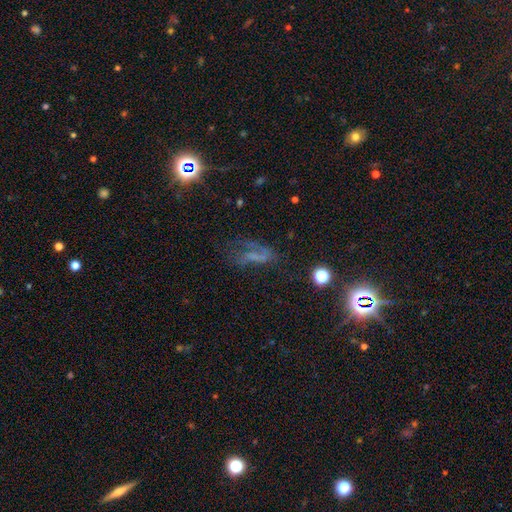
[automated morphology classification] A featured or disk galaxy (40%). Merging: none (39%).